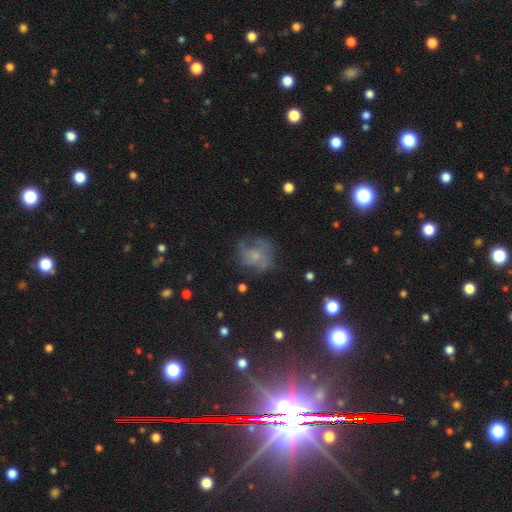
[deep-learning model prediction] Smooth or featured? Predicted: featured or disk (p=0.41). Merging? Predicted: none (p=0.57).